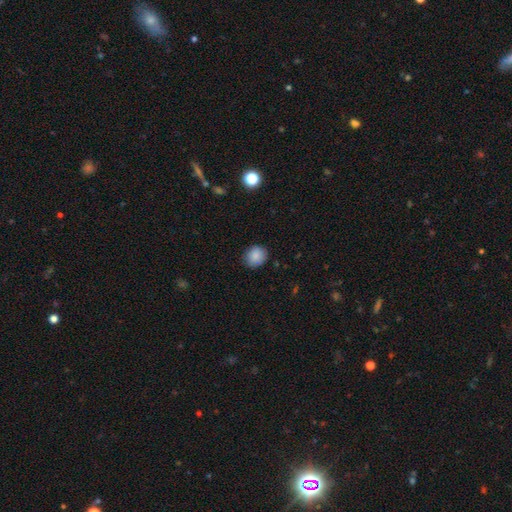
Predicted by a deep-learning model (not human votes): A smooth galaxy with no disk features (87%) that is round (67%).

Vote fractions:
- Smooth or featured? smooth: 87% / star or artifact: 8% / featured or disk: 5%
- How rounded? round: 67% / in between: 32% / cigar-shaped: 1%
- Merging? none: 83% / minor disturbance: 13% / major disturbance: 2% / merger: 1%